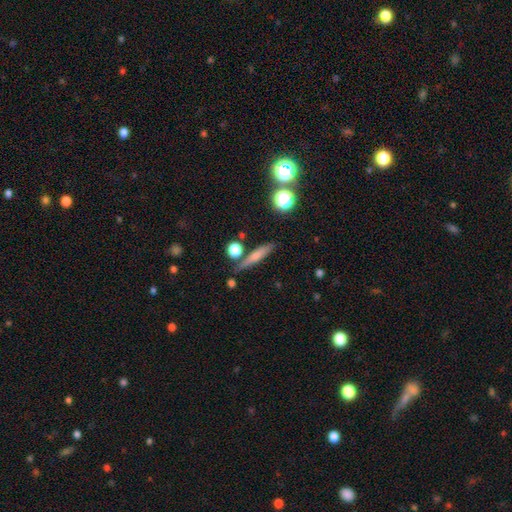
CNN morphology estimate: The model was most divided on "smooth or featured": smooth: 59%, featured or disk: 32%, star or artifact: 9%. More confident: how rounded — cigar-shaped (83%); merging — none (77%).